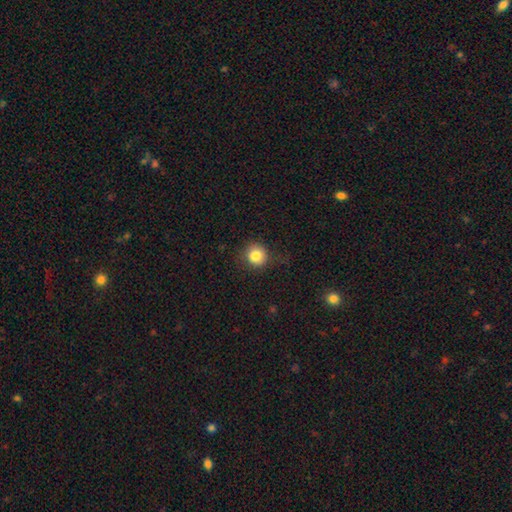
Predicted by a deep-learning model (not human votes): Smooth or featured? smooth (83%)
How rounded? round (89%)
Merging? none (80%)